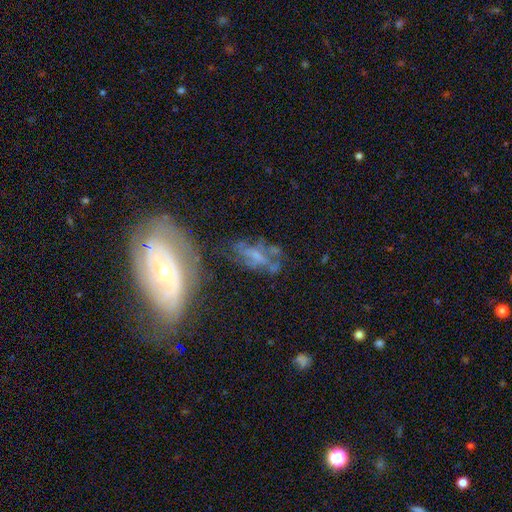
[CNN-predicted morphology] smooth-or-featured: featured or disk: 57% | smooth: 28% | star or artifact: 16%
  disk-edge-on: no: 89% | yes: 11%
    bar: no: 64% | weak: 26% | strong: 11%
    has-spiral-arms: no: 54% | yes: 46%
    bulge-size: small: 37% | none: 36% | moderate: 22% | large: 4% | dominant: 2%
  merging: none: 43% | major disturbance: 23% | minor disturbance: 21% | merger: 13%